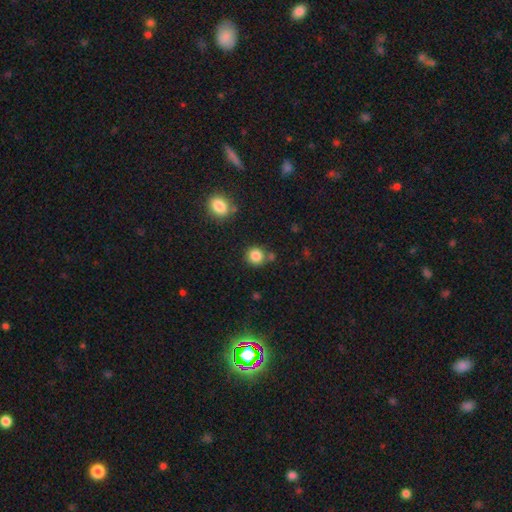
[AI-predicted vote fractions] Overall: smooth (85%). How rounded: round (92%). Merging: none (77%).